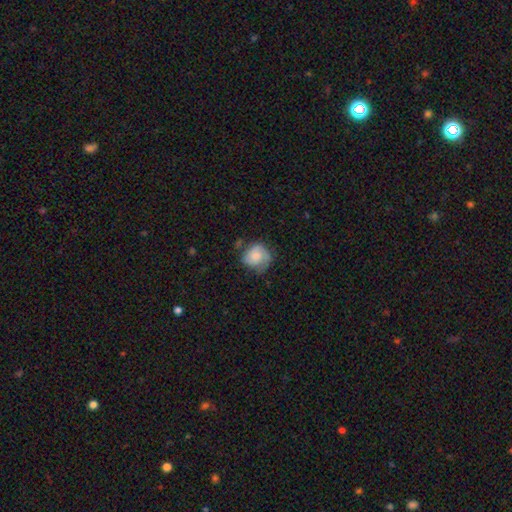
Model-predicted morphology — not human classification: A smooth galaxy with no disk features (63%) that is round (71%). Merging: none (49%).